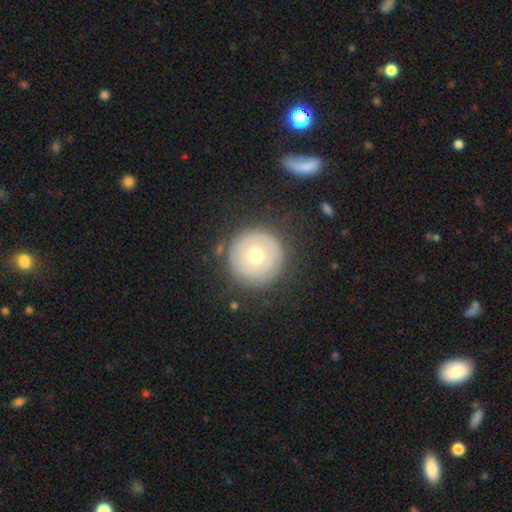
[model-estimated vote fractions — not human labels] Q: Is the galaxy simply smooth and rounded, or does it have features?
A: smooth — 54%.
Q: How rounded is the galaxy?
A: round — 96%.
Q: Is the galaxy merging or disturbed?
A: none — 82%.